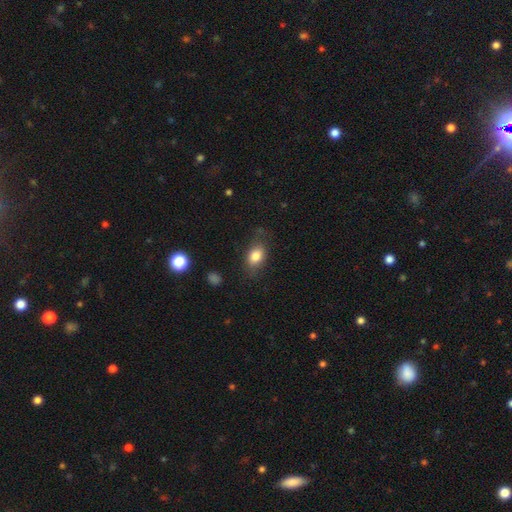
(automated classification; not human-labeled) smooth_or_featured: smooth (p=0.81) [alt: featured or disk p=0.10]
how_rounded: in between (p=0.79) [alt: round p=0.19]
merging: none (p=0.74) [alt: minor disturbance p=0.18]